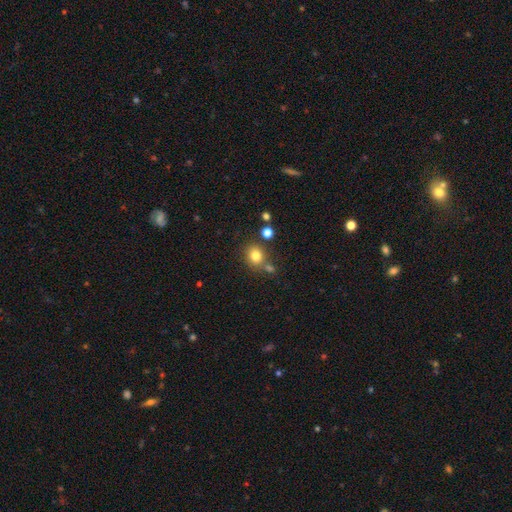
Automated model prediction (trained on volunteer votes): Overall: smooth (80%). How rounded: round (73%). Merging: none (68%).